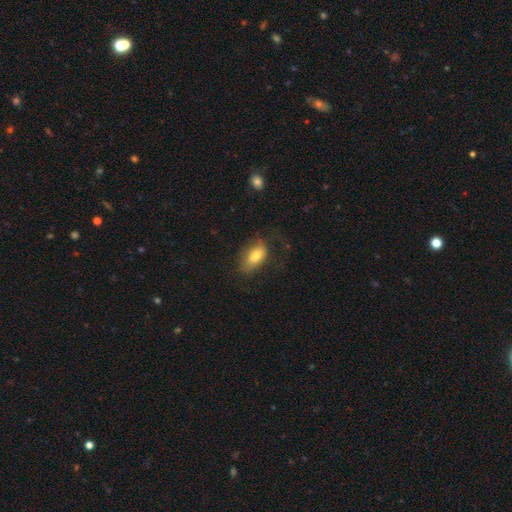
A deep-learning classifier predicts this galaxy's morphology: A smooth galaxy with no disk features (74%) that is in between round and cigar-shaped (90%). Merging: none (59%).